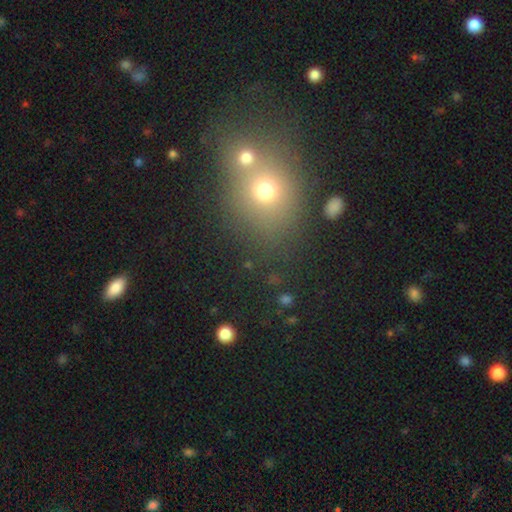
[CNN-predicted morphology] This is possibly a smooth galaxy (55%). How rounded: likely round (62%). Merging: possibly none (57%).